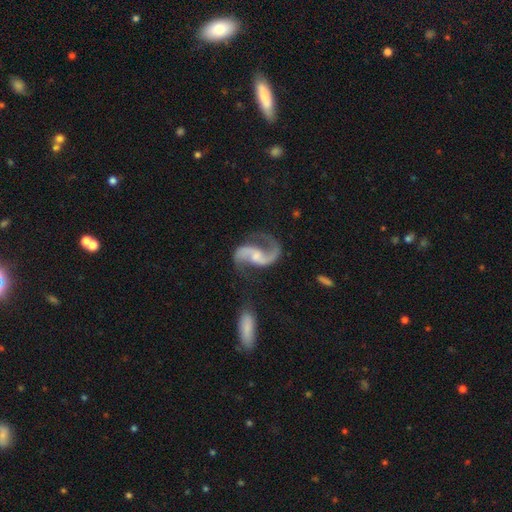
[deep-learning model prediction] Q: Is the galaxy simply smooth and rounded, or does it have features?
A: featured or disk — 91%.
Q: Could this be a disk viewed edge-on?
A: no — 98%.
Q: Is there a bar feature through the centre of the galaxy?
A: no — 45%.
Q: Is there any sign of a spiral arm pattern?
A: yes — 97%.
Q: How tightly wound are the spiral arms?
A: loose — 62%.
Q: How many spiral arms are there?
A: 2 — 91%.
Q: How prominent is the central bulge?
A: small — 43%.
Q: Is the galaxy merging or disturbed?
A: none — 61%.